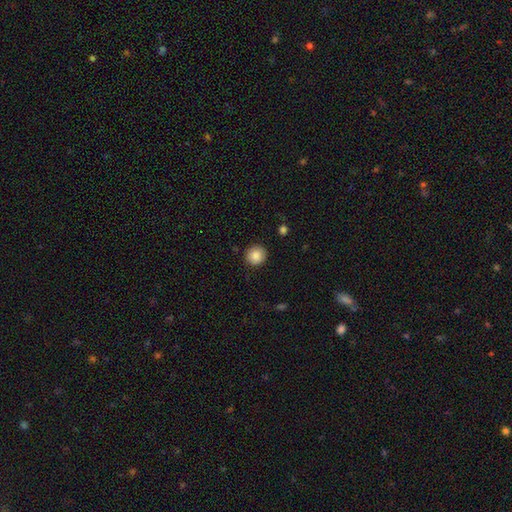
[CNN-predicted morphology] smooth-or-featured: smooth: 87% | star or artifact: 8% | featured or disk: 4%
  how-rounded: round: 92% | in between: 7% | cigar-shaped: 1%
  merging: none: 90% | minor disturbance: 7% | major disturbance: 2% | merger: 1%